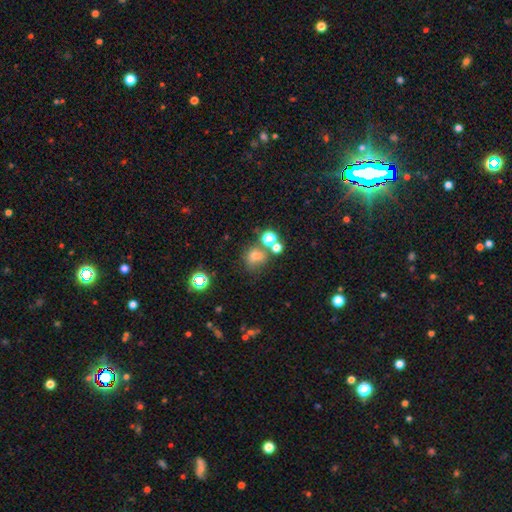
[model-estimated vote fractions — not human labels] This appears to be a smooth galaxy with no disk features (65%) that is round (72%). Merging: none (54%).